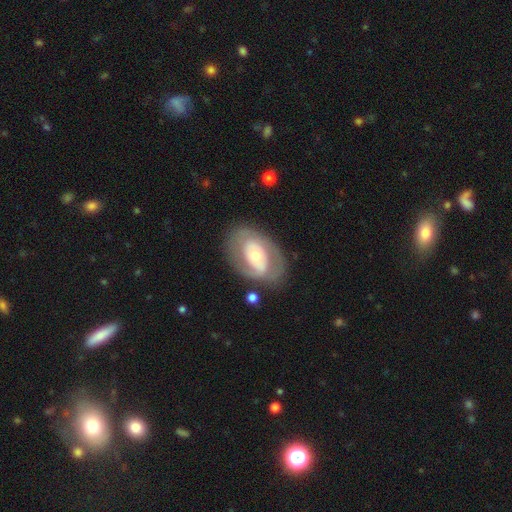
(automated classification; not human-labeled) featured or disk 66%, smooth 29%, star or artifact 5%. Down the decision tree: edge-on disk — no (94%); bar — no (58%); spiral arms — no (52%); bulge size — moderate (57%); merging — none (73%).